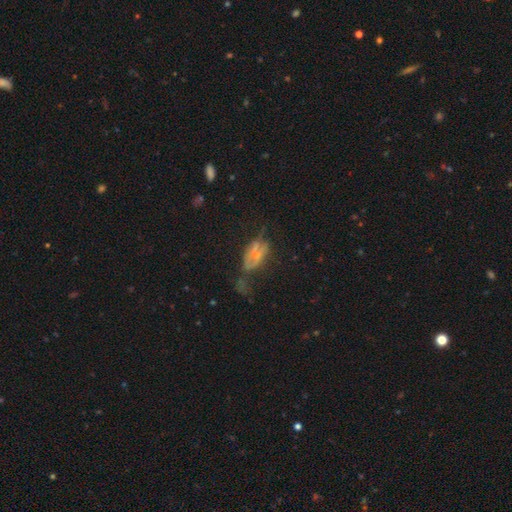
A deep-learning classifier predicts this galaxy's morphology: smooth_or_featured: smooth (p=0.39) [alt: featured or disk p=0.38]
merging: none (p=0.37) [alt: major disturbance p=0.29]